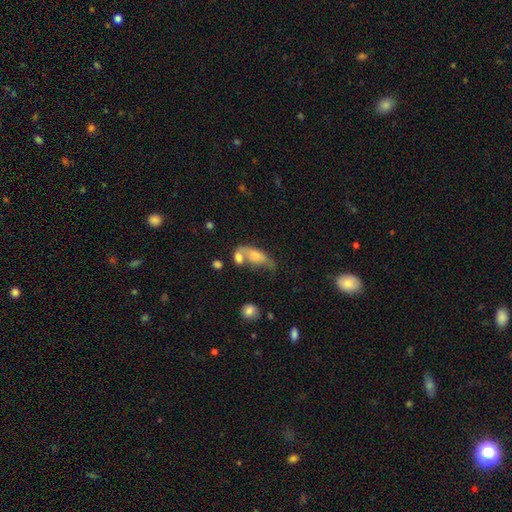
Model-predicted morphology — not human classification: smooth-or-featured: smooth: 67% | featured or disk: 25% | star or artifact: 8%
  how-rounded: in between: 82% | cigar-shaped: 12% | round: 5%
  merging: merger: 39% | none: 23% | major disturbance: 19% | minor disturbance: 19%